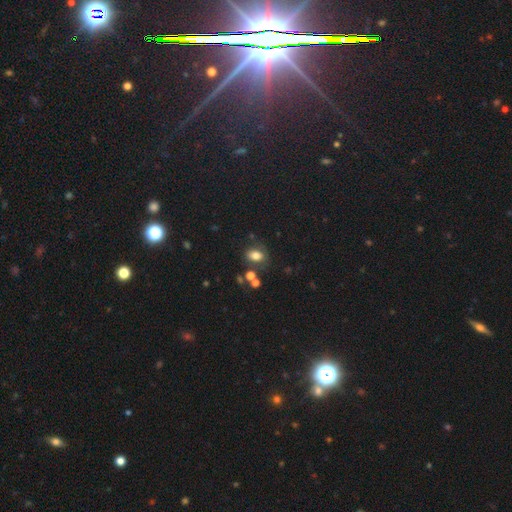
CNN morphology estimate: type=smooth (77%); roundness=in between (70%); merging=none (70%).